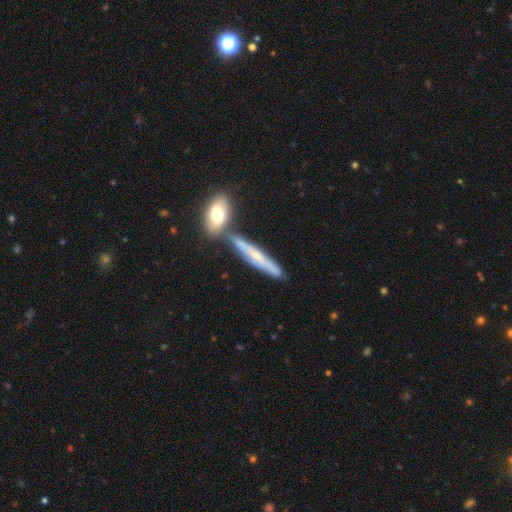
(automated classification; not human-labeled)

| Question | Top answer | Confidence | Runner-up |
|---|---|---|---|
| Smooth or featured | featured or disk | 56% | smooth (37%) |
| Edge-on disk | yes | 83% | no (17%) |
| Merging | none | 70% | merger (15%) |